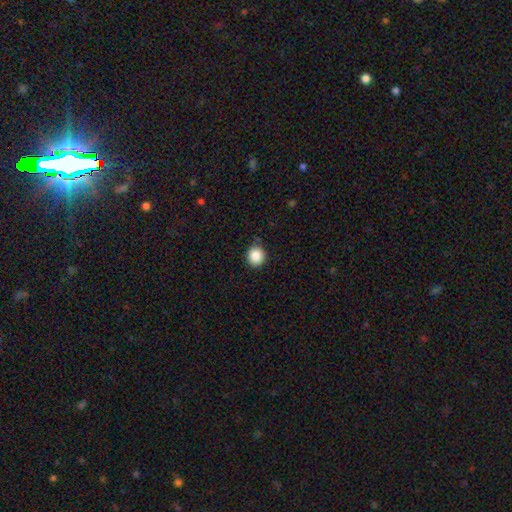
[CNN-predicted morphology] This is clearly a smooth galaxy (86%). How rounded: clearly round (87%). Merging: clearly none (82%).